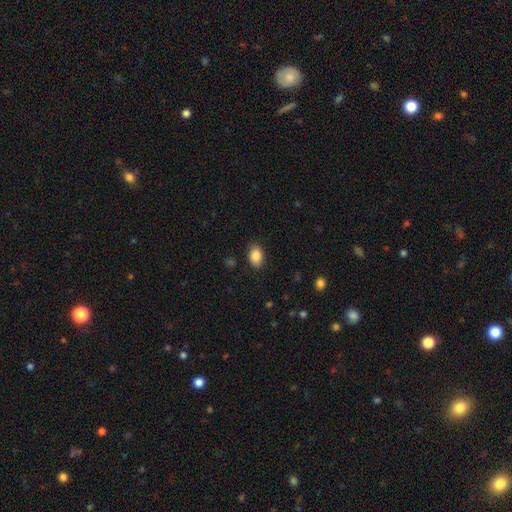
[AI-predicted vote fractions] smooth-or-featured: smooth: 87% | star or artifact: 8% | featured or disk: 5%
  how-rounded: in between: 82% | round: 17% | cigar-shaped: 1%
  merging: none: 83% | minor disturbance: 12% | major disturbance: 3% | merger: 1%